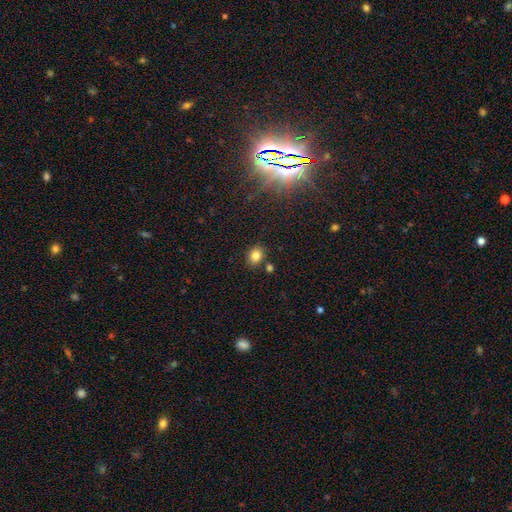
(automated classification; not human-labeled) Overall: smooth (82%). How rounded: round (52%; in between 47%). Merging: none (82%).